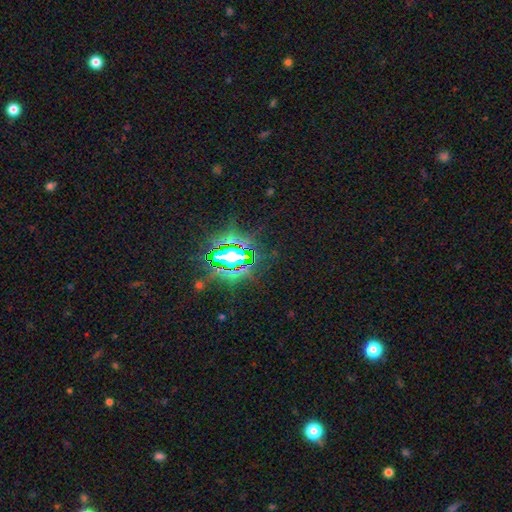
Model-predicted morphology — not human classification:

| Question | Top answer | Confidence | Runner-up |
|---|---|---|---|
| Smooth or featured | star or artifact | 79% | smooth (12%) |